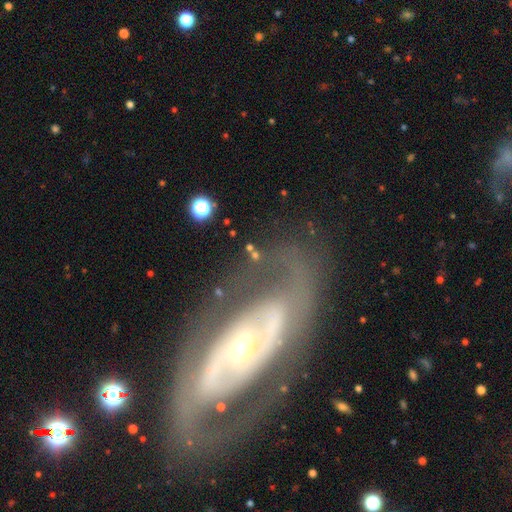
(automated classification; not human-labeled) Smooth or featured?
  - featured or disk: 66% *
  - smooth: 22%
  - star or artifact: 12%
Edge-on disk?
  - no: 87% *
  - yes: 13%
Bar?
  - no: 48% *
  - weak: 30%
  - strong: 22%
Spiral arms?
  - yes: 63% *
  - no: 37%
Bulge size?
  - moderate: 59% *
  - small: 25%
  - large: 11%
  - none: 3%
  - dominant: 3%
Merging?
  - none: 54% *
  - major disturbance: 23%
  - minor disturbance: 17%
  - merger: 7%